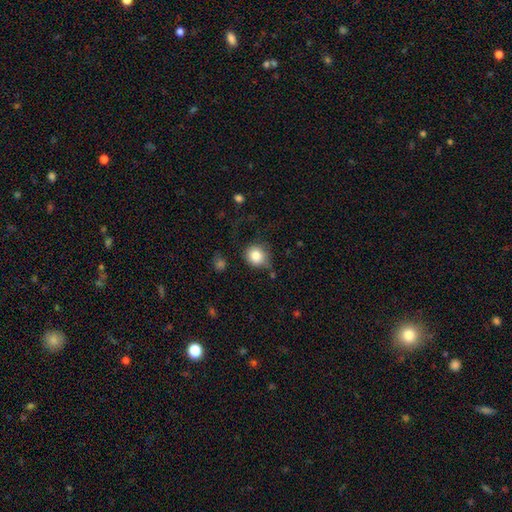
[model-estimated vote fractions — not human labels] This appears to be a smooth galaxy with no disk features (83%) that is round (85%). Merging: none (69%).